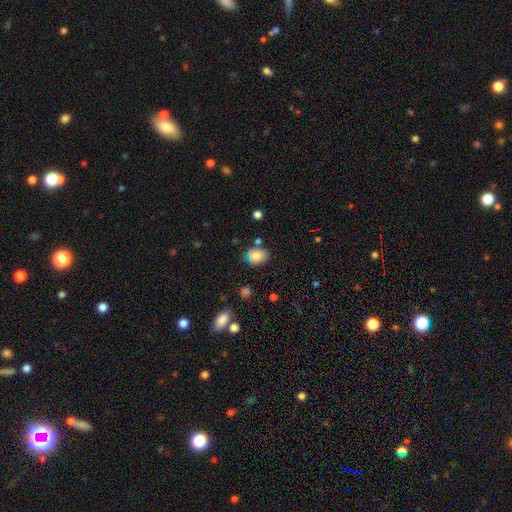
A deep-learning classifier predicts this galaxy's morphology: smooth 80%, featured or disk 10%, star or artifact 10%. Down the decision tree: how rounded — in between (58%); merging — none (71%).